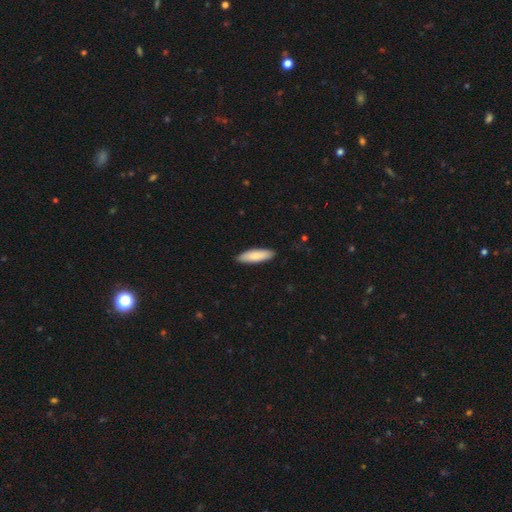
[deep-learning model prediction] Q: Smooth or featured?
A: smooth (83%); runner-up: featured or disk (12%)
Q: How rounded?
A: cigar-shaped (52%); runner-up: in between (46%)
Q: Merging?
A: none (89%); runner-up: minor disturbance (8%)